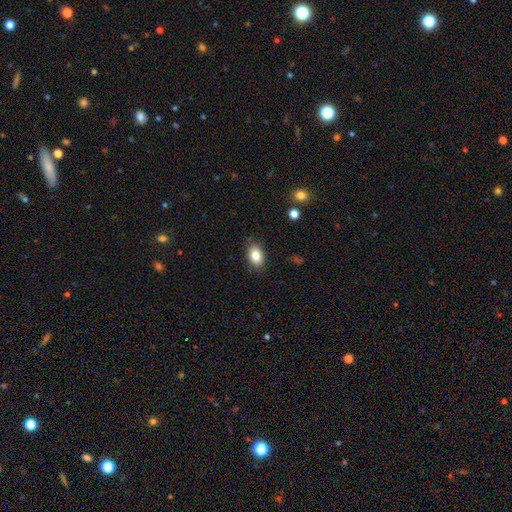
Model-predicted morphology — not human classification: smooth-or-featured: smooth: 84% | star or artifact: 8% | featured or disk: 8%
  how-rounded: in between: 85% | round: 14% | cigar-shaped: 1%
  merging: none: 85% | minor disturbance: 11% | major disturbance: 3% | merger: 1%